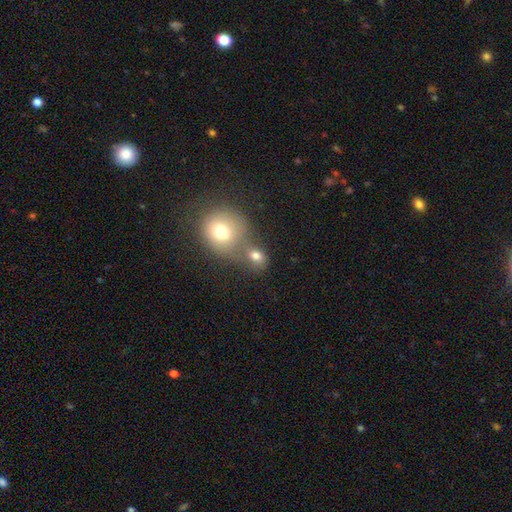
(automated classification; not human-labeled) This appears to be a smooth galaxy with no disk features (77%) that is round (58%). Merging: merger (49%).